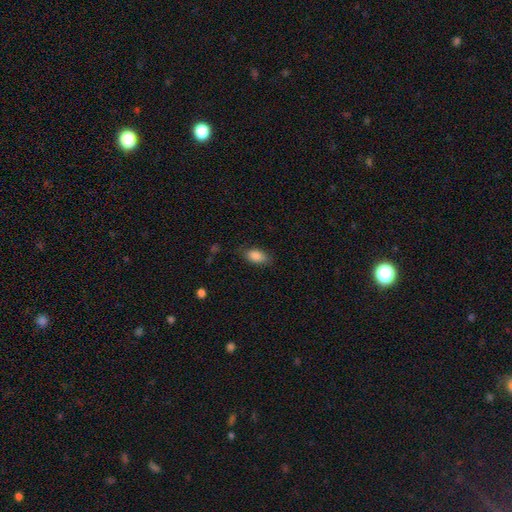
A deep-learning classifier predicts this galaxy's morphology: A smooth galaxy with no disk features (87%) that is in between round and cigar-shaped (91%). Merging: none (79%).